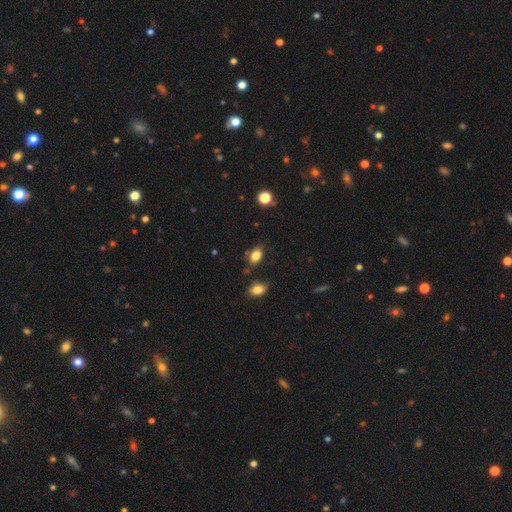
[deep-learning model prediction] smooth-or-featured: smooth: 83% | star or artifact: 10% | featured or disk: 7%
  how-rounded: in between: 83% | round: 15% | cigar-shaped: 2%
  merging: none: 71% | minor disturbance: 20% | merger: 5% | major disturbance: 4%